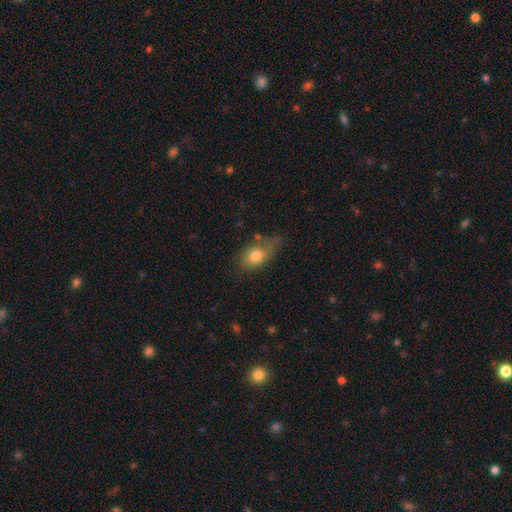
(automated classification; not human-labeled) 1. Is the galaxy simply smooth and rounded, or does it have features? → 76% smooth, 15% featured or disk, 9% star or artifact.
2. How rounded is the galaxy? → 76% in between, 21% round, 3% cigar-shaped.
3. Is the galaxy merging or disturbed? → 46% none, 32% minor disturbance, 14% major disturbance, 8% merger.